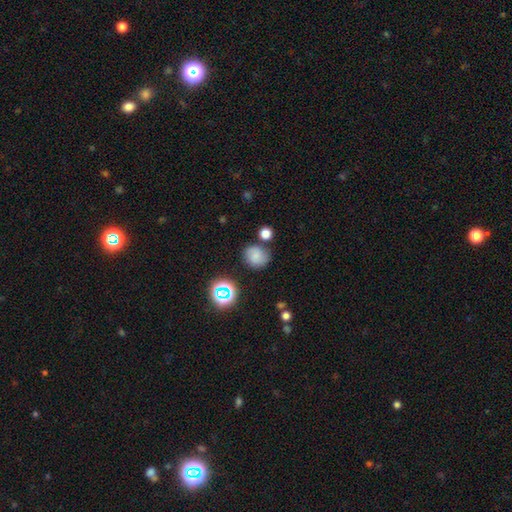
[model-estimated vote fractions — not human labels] smooth 72%, star or artifact 15%, featured or disk 13%. Down the decision tree: how rounded — round (80%); merging — none (71%).